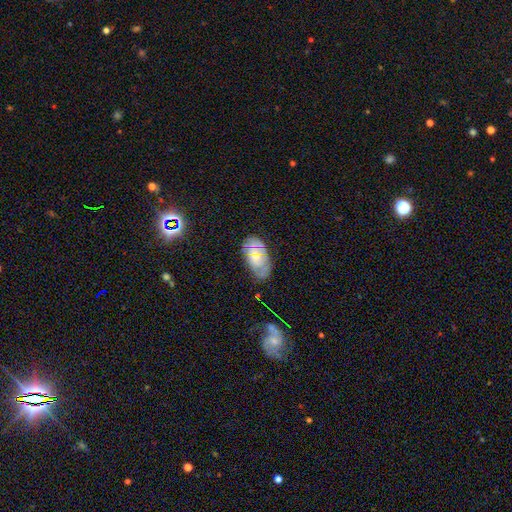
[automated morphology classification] featured or disk 64%, smooth 27%, star or artifact 10%. Down the decision tree: edge-on disk — no (93%); bar — no (75%); spiral arms — yes (76%); bulge size — small (57%); merging — none (68%).